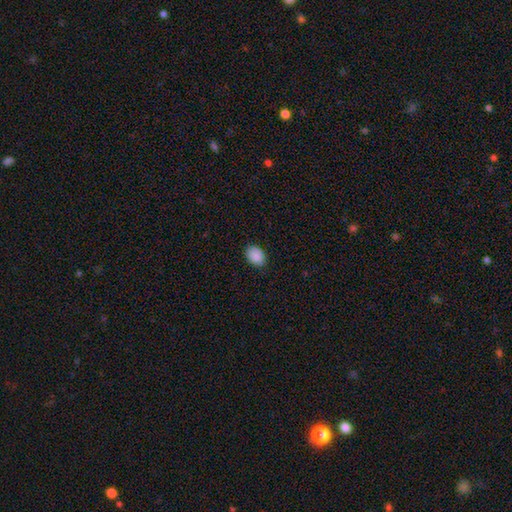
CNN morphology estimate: Smooth or featured? smooth (89%)
How rounded? in between (70%)
Merging? none (84%)